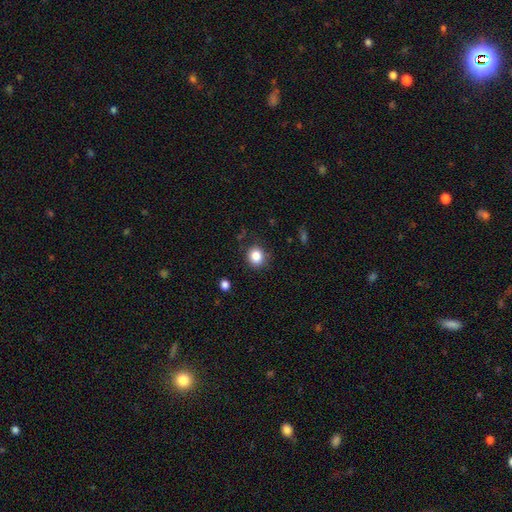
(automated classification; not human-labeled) Morphology: type=smooth (84%); roundness=round (80%); merging=none (84%).